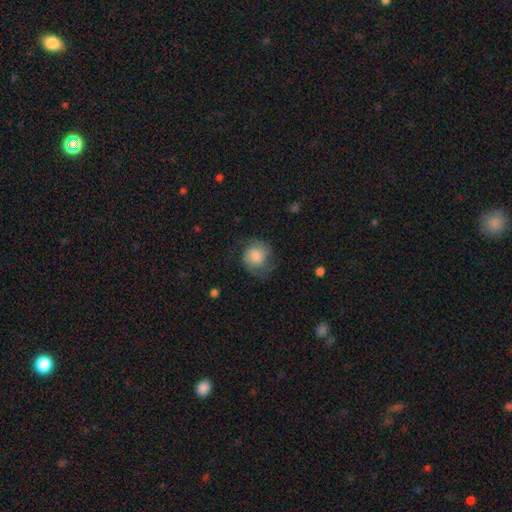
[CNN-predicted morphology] type=smooth (59%); roundness=round (81%); merging=none (61%).